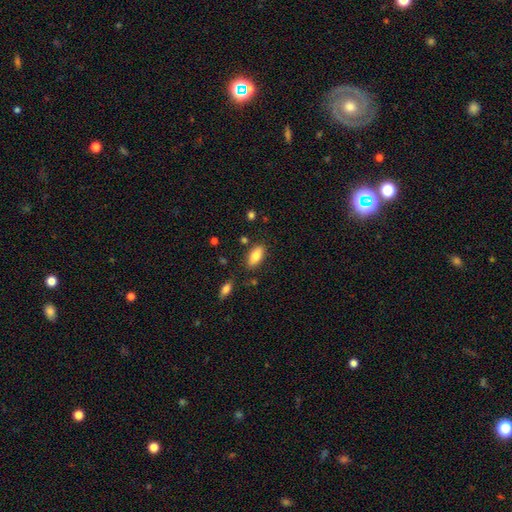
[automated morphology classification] A smooth galaxy with no disk features (82%) that is in between round and cigar-shaped (88%).

Vote fractions:
- Smooth or featured? smooth: 82% / featured or disk: 10% / star or artifact: 7%
- How rounded? in between: 88% / cigar-shaped: 10% / round: 2%
- Merging? none: 82% / minor disturbance: 12% / merger: 4% / major disturbance: 3%